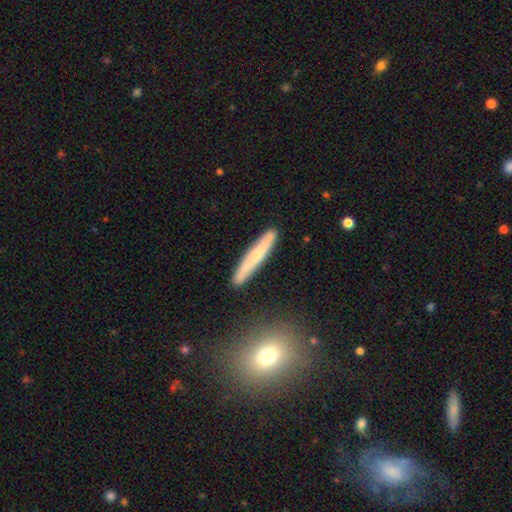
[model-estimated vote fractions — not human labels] Smooth or featured?
  - smooth: 59% *
  - featured or disk: 35%
  - star or artifact: 6%
How rounded?
  - cigar-shaped: 94% *
  - in between: 4%
  - round: 2%
Merging?
  - none: 87% *
  - minor disturbance: 9%
  - merger: 2%
  - major disturbance: 2%